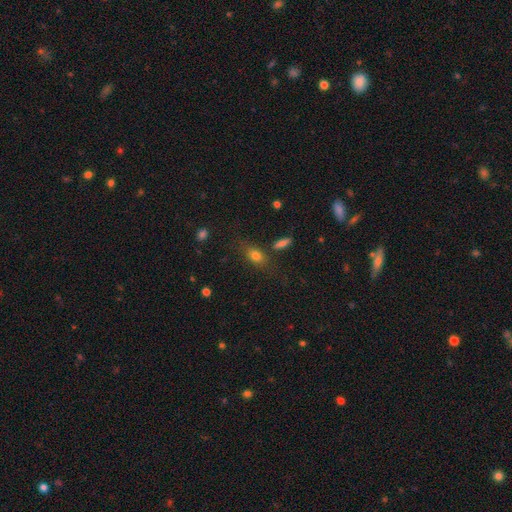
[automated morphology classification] This is likely a smooth galaxy (76%). How rounded: likely in between (73%). Merging: likely none (69%).